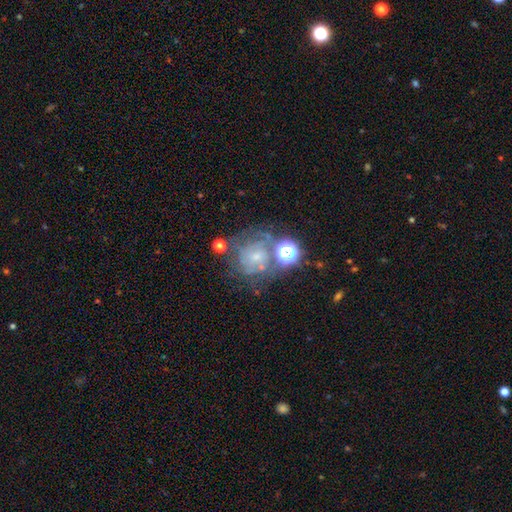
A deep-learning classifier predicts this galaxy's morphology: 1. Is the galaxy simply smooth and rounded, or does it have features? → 46% featured or disk, 30% smooth, 24% star or artifact.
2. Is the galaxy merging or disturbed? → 50% none, 18% major disturbance, 18% minor disturbance, 14% merger.